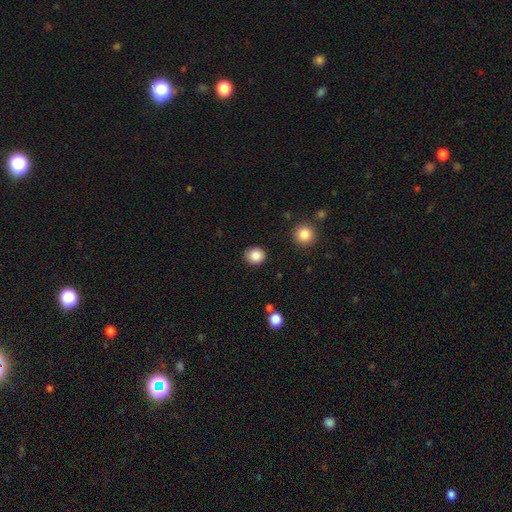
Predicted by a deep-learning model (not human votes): smooth_or_featured: smooth (p=0.87) [alt: star or artifact p=0.09]
how_rounded: round (p=0.78) [alt: in between p=0.21]
merging: none (p=0.88) [alt: minor disturbance p=0.08]